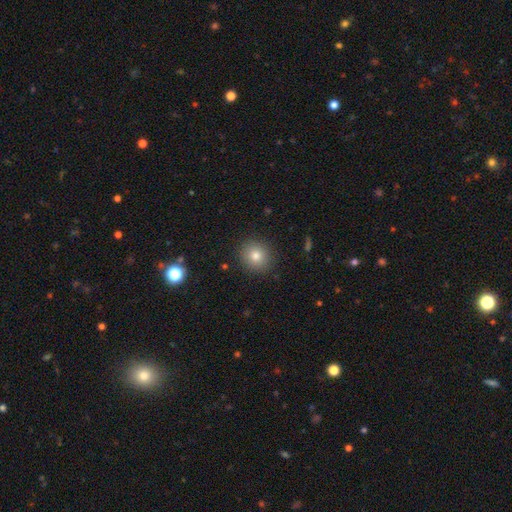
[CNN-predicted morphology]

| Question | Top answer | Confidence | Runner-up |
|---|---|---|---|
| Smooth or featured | smooth | 79% | star or artifact (12%) |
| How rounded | round | 87% | in between (12%) |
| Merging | none | 90% | minor disturbance (7%) |